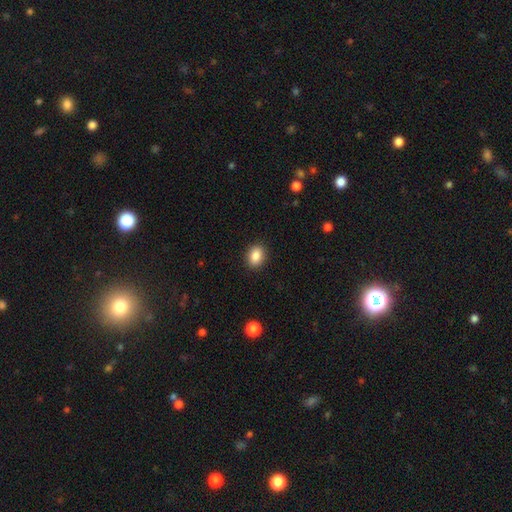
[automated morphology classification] The model was most divided on "how rounded": in between: 70%, round: 28%, cigar-shaped: 1%. More confident: merging — none (90%); smooth or featured — smooth (87%).